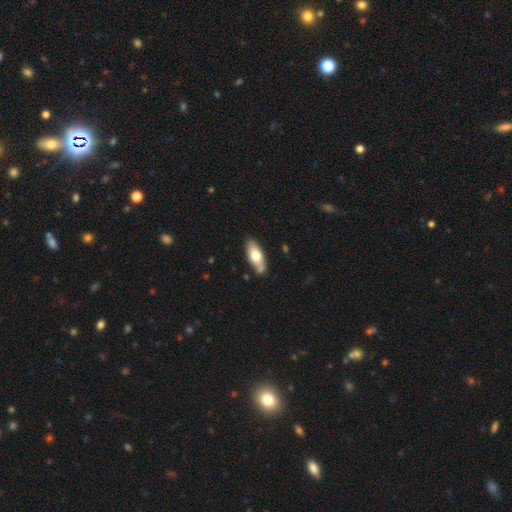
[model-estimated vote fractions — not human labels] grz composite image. It shows a smooth galaxy with no disk features (65%) that is in between round and cigar-shaped (78%). Merging: none (75%).